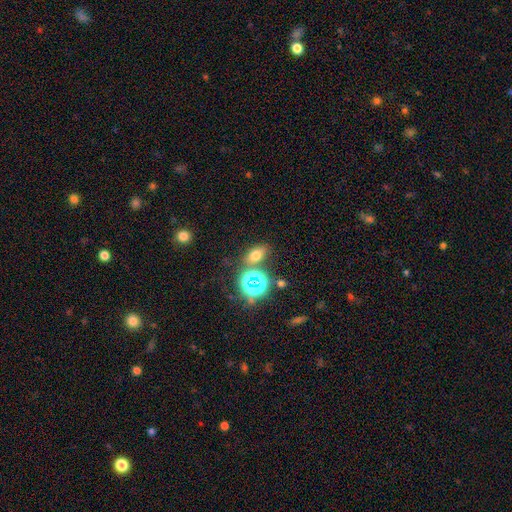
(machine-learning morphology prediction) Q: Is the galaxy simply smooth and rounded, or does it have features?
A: smooth — 62%.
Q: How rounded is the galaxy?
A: in between — 75%.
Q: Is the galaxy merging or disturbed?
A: none — 74%.